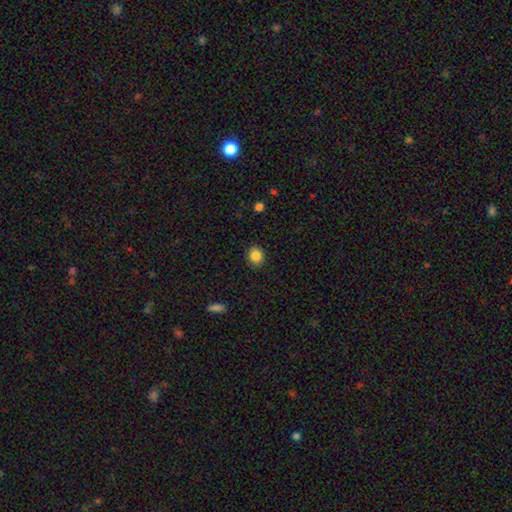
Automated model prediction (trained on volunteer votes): Smooth or featured?
  - smooth: 86% *
  - star or artifact: 9%
  - featured or disk: 4%
How rounded?
  - round: 66% *
  - in between: 33%
  - cigar-shaped: 1%
Merging?
  - none: 89% *
  - minor disturbance: 7%
  - major disturbance: 2%
  - merger: 1%